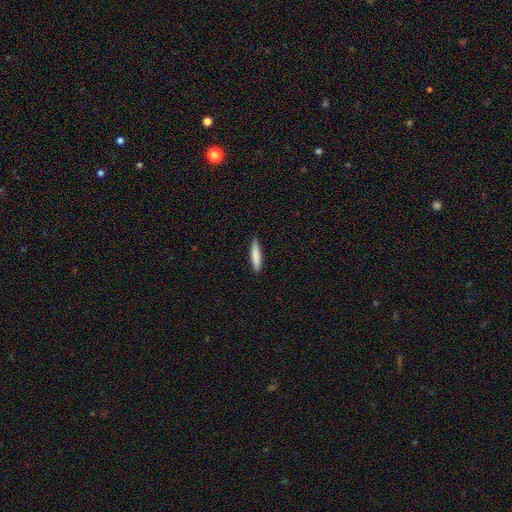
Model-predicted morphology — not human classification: type=smooth (83%); roundness=cigar-shaped (87%); merging=none (90%).